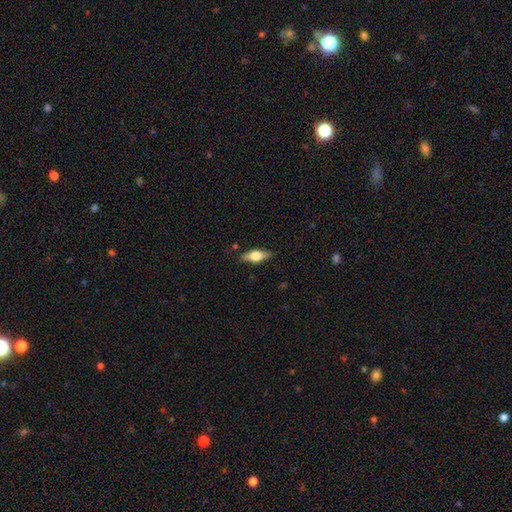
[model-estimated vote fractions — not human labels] A featured or disk galaxy (48%). Merging: none (84%).